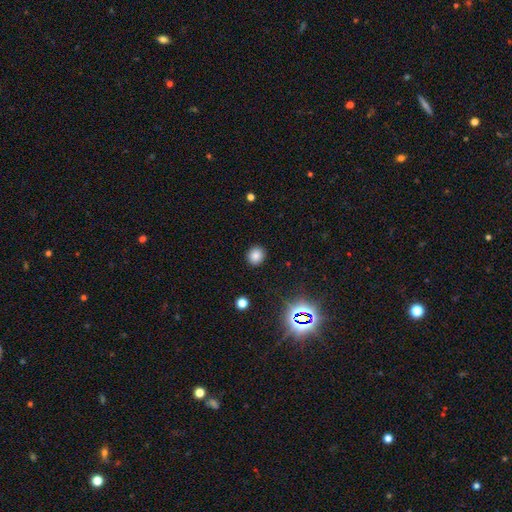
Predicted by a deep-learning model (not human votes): Smooth or featured? Predicted: smooth (p=0.82). How rounded? Predicted: round (p=0.80). Merging? Predicted: none (p=0.91).